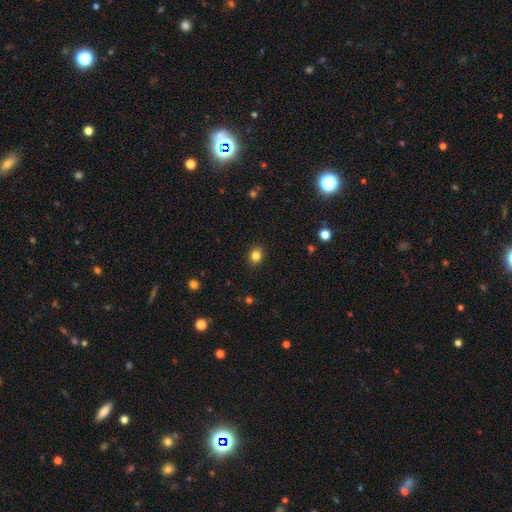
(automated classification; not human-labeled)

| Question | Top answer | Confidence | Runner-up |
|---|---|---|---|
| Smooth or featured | smooth | 84% | star or artifact (11%) |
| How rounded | round | 55% | in between (45%) |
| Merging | none | 89% | minor disturbance (8%) |